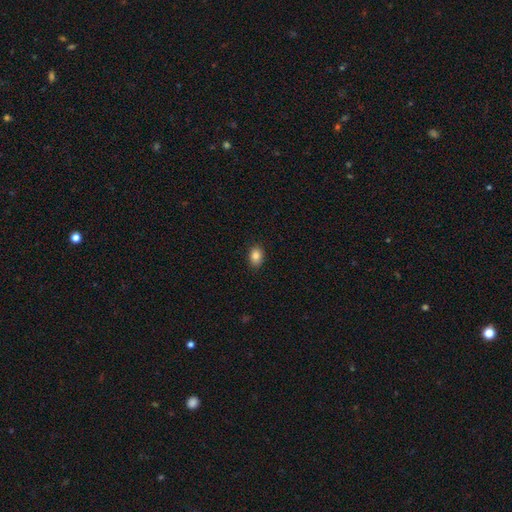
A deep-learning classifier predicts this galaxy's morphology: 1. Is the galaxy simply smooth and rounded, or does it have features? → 85% smooth, 9% star or artifact, 6% featured or disk.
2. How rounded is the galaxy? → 75% in between, 24% round, 1% cigar-shaped.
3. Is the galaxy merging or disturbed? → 88% none, 9% minor disturbance, 2% major disturbance, 1% merger.